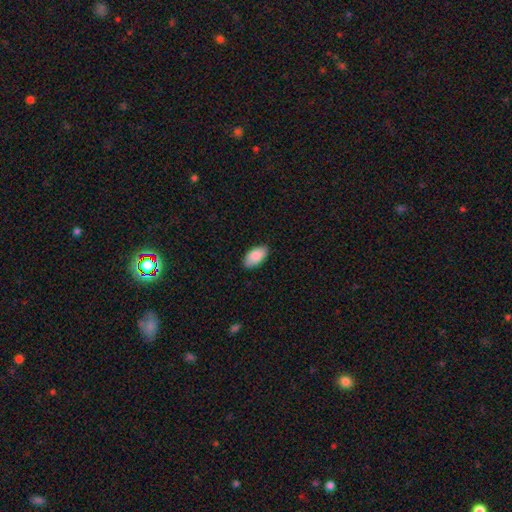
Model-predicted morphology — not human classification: Smooth or featured? Predicted: smooth (p=0.87). How rounded? Predicted: in between (p=0.95). Merging? Predicted: none (p=0.85).